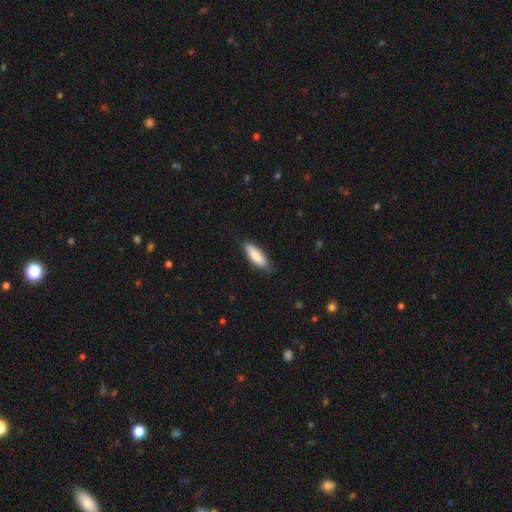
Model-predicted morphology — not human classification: smooth-or-featured: smooth: 85% | featured or disk: 10% | star or artifact: 6%
  how-rounded: in between: 60% | cigar-shaped: 39% | round: 2%
  merging: none: 81% | minor disturbance: 16% | major disturbance: 3% | merger: 1%